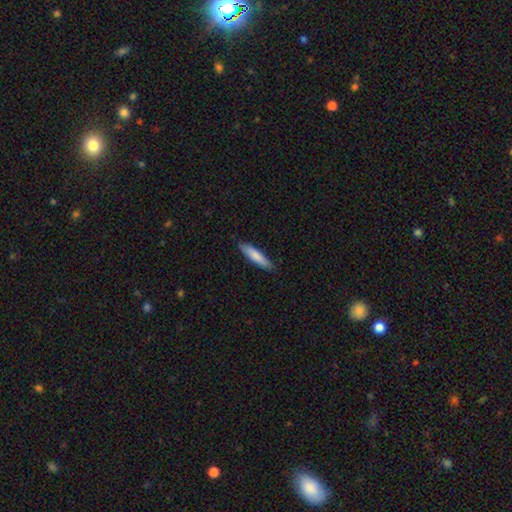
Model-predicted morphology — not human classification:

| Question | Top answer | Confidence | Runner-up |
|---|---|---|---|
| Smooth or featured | smooth | 80% | featured or disk (14%) |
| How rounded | cigar-shaped | 84% | in between (15%) |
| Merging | none | 87% | minor disturbance (10%) |